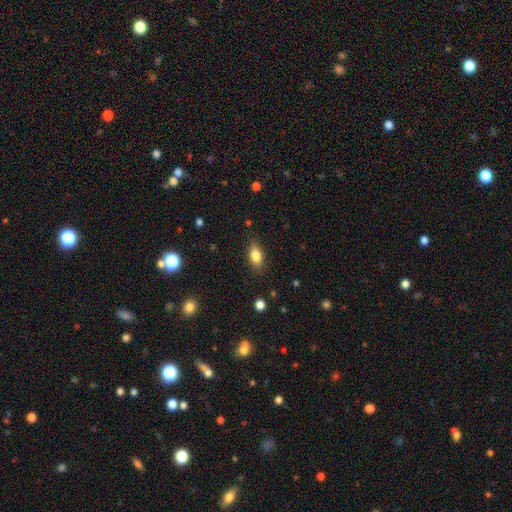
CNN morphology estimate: This is clearly a smooth galaxy (83%). How rounded: clearly in between (85%). Merging: clearly none (84%).